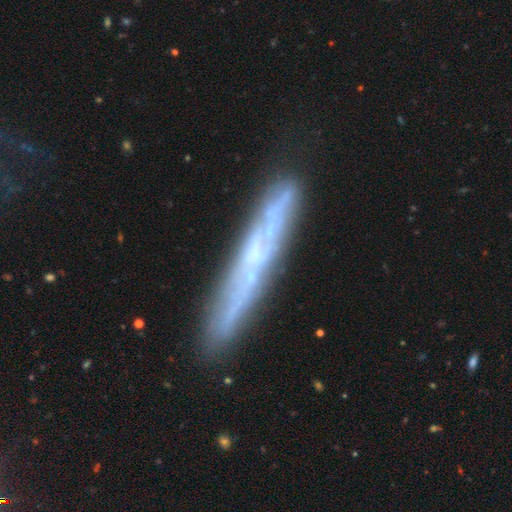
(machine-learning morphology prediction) Smooth or featured?
  - featured or disk: 68% *
  - smooth: 24%
  - star or artifact: 8%
Edge-on disk?
  - yes: 80% *
  - no: 20%
Edge-on bulge?
  - none: 75% *
  - rounded: 19%
  - boxy: 5%
Merging?
  - none: 80% *
  - minor disturbance: 14%
  - major disturbance: 4%
  - merger: 3%